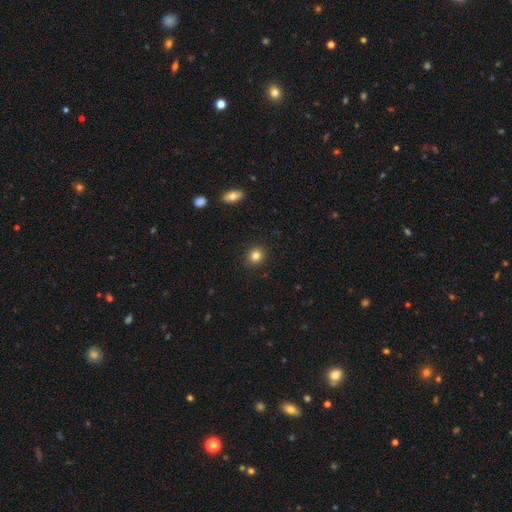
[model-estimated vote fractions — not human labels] The model was most divided on "how rounded": round: 81%, in between: 18%, cigar-shaped: 1%. More confident: merging — none (90%); smooth or featured — smooth (83%).